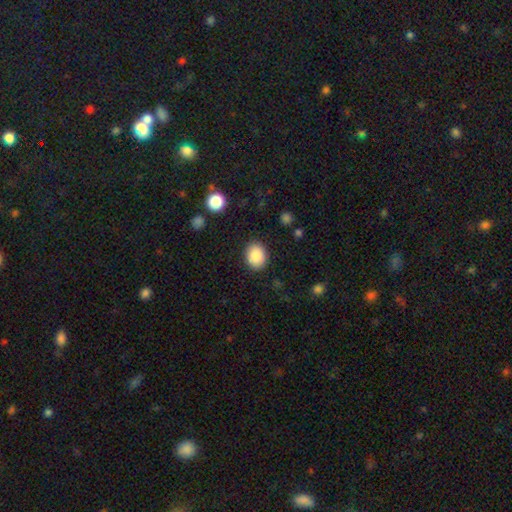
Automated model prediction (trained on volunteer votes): A smooth galaxy with no disk features (86%) that is round (50%). Merging: none (88%).